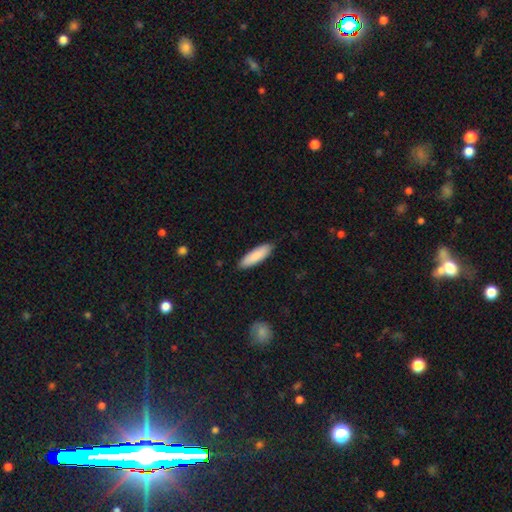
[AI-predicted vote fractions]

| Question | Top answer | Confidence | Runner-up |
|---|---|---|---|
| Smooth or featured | smooth | 88% | featured or disk (7%) |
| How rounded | cigar-shaped | 52% | in between (47%) |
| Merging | none | 87% | minor disturbance (10%) |